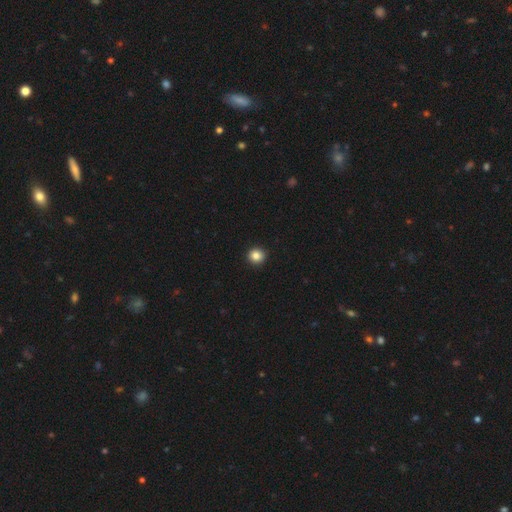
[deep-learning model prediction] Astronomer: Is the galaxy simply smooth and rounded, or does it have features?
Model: smooth — 86%.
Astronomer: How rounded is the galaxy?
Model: round — 93%.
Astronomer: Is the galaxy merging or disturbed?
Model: none — 94%.